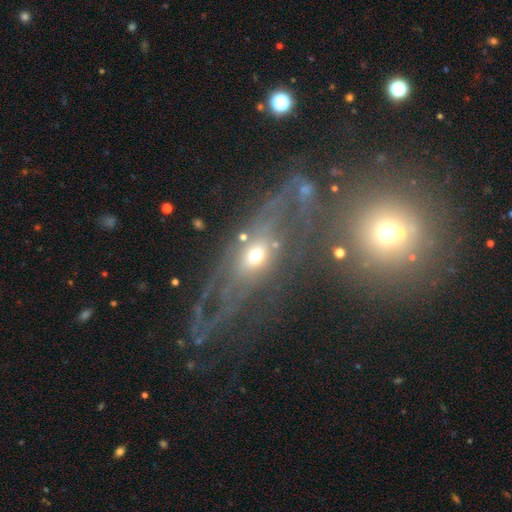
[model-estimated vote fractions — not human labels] smooth_or_featured: featured or disk (p=0.66) [alt: smooth p=0.20]
disk_edge_on: no (p=0.84) [alt: yes p=0.16]
bar: no (p=0.67) [alt: weak p=0.21]
has_spiral_arms: yes (p=0.69) [alt: no p=0.31]
bulge_size: moderate (p=0.50) [alt: small p=0.40]
merging: none (p=0.46) [alt: major disturbance p=0.27]